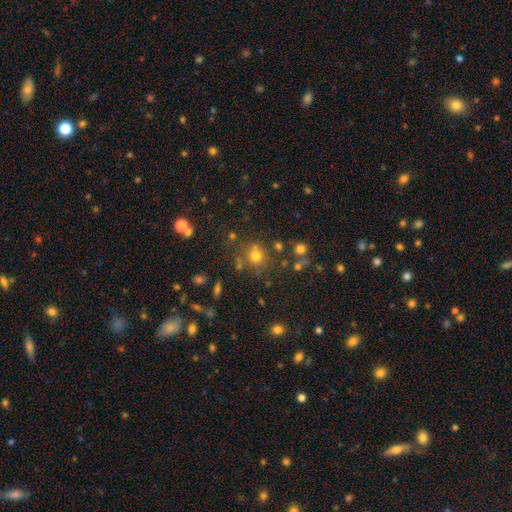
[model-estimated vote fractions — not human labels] A smooth galaxy with no disk features (71%) that is round (84%).

Vote fractions:
- Smooth or featured? smooth: 71% / star or artifact: 19% / featured or disk: 9%
- How rounded? round: 84% / in between: 15% / cigar-shaped: 1%
- Merging? none: 70% / minor disturbance: 13% / merger: 12% / major disturbance: 6%